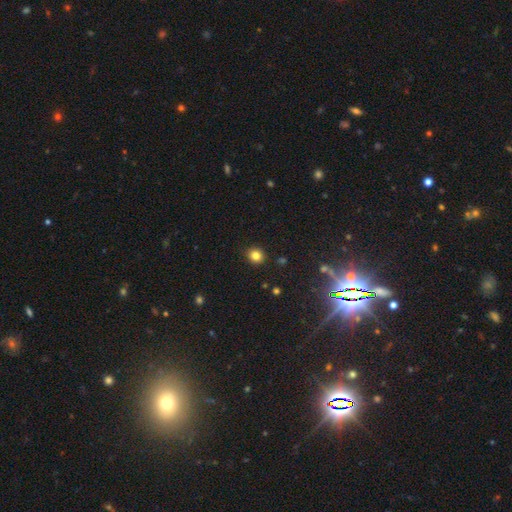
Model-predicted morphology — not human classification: Overall: smooth (82%). How rounded: round (81%). Merging: none (89%).